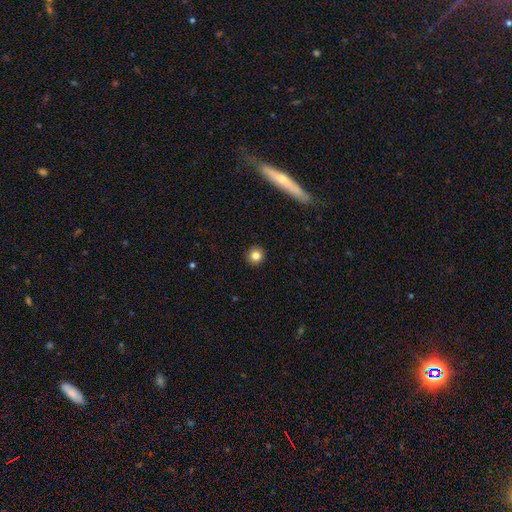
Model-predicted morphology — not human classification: This is clearly a smooth galaxy (82%). How rounded: clearly round (94%). Merging: clearly none (93%).